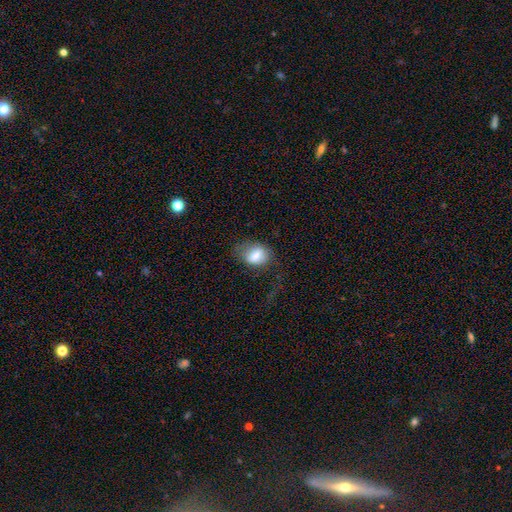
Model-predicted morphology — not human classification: smooth 77%, featured or disk 15%, star or artifact 8%. Down the decision tree: how rounded — in between (68%); merging — none (50%).